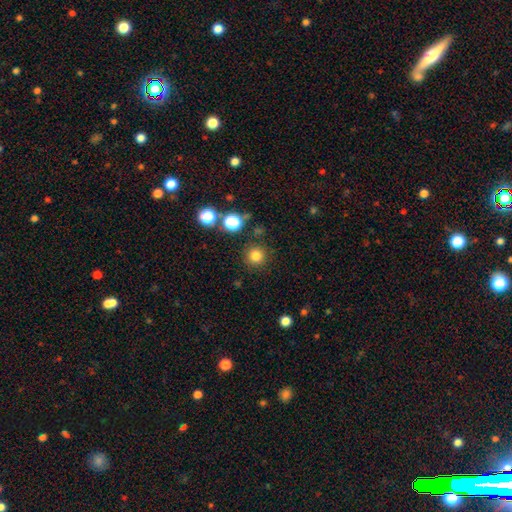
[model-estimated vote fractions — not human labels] Smooth or featured? smooth (80%)
How rounded? round (95%)
Merging? none (87%)